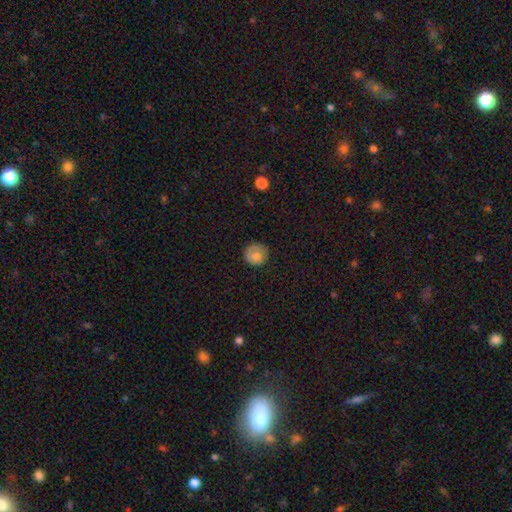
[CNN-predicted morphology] smooth_or_featured: smooth (p=0.79) [alt: featured or disk p=0.12]
how_rounded: round (p=0.91) [alt: in between p=0.08]
merging: none (p=0.79) [alt: minor disturbance p=0.16]